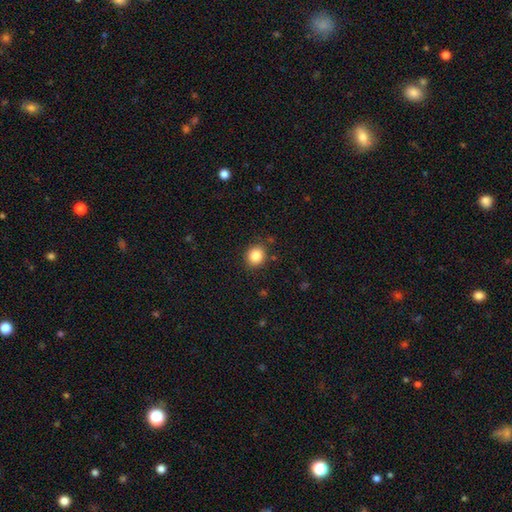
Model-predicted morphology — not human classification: A smooth galaxy with no disk features (85%) that is round (76%).

Vote fractions:
- Smooth or featured? smooth: 85% / star or artifact: 10% / featured or disk: 5%
- How rounded? round: 76% / in between: 24% / cigar-shaped: 1%
- Merging? none: 87% / minor disturbance: 9% / major disturbance: 3% / merger: 2%